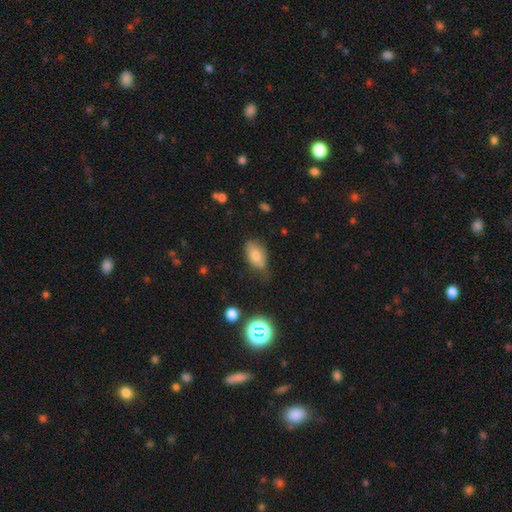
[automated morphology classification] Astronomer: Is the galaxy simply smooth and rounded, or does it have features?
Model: smooth — 73%.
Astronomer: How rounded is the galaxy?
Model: in between — 89%.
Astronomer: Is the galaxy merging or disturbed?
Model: none — 59%.